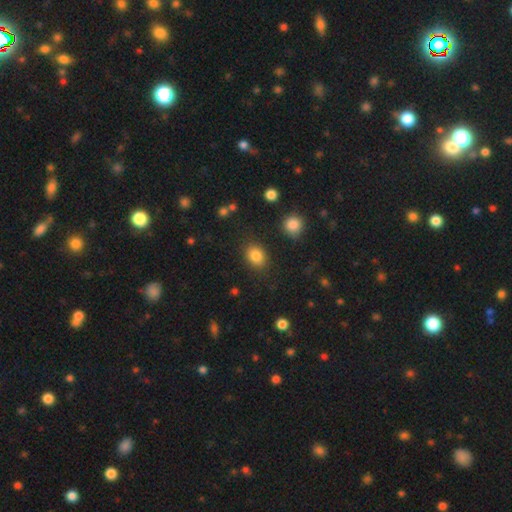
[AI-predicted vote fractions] The model was most divided on "how rounded": in between: 54%, round: 45%, cigar-shaped: 1%. More confident: merging — none (85%); smooth or featured — smooth (84%).